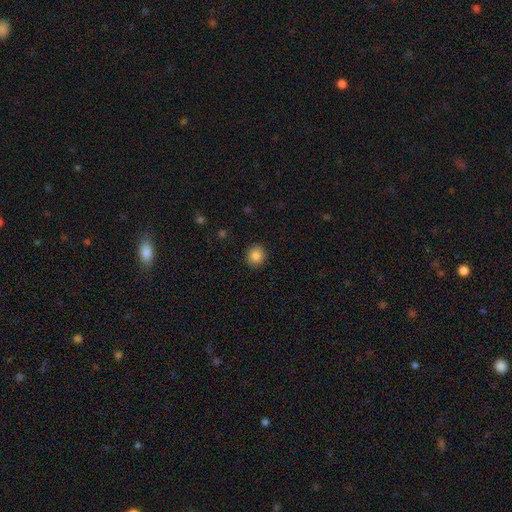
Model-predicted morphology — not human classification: Smooth or featured? smooth (85%)
How rounded? round (89%)
Merging? none (91%)